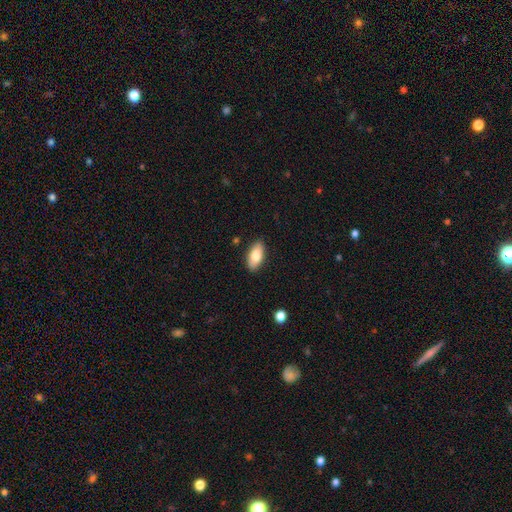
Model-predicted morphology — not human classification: Smooth or featured?
  - smooth: 80% *
  - featured or disk: 13%
  - star or artifact: 6%
How rounded?
  - in between: 91% *
  - cigar-shaped: 6%
  - round: 3%
Merging?
  - none: 87% *
  - minor disturbance: 10%
  - major disturbance: 2%
  - merger: 1%